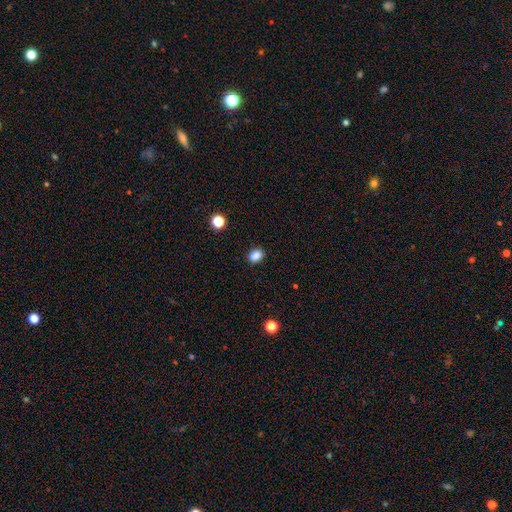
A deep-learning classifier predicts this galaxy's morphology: smooth 85%, star or artifact 11%, featured or disk 4%. Down the decision tree: how rounded — in between (60%); merging — none (88%).